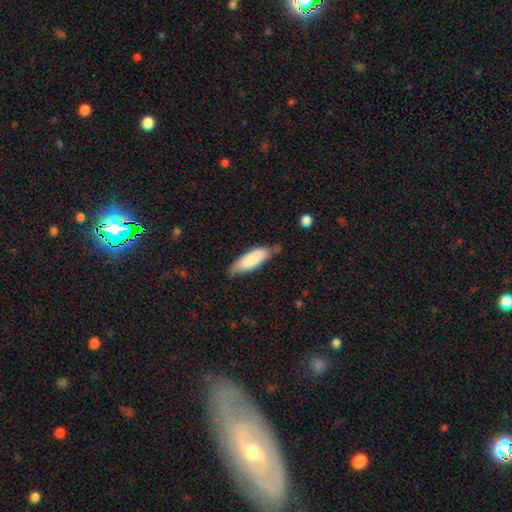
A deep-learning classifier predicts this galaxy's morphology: Overall: smooth (83%). How rounded: in between (60%; cigar-shaped 39%). Merging: none (61%; minor disturbance 29%).